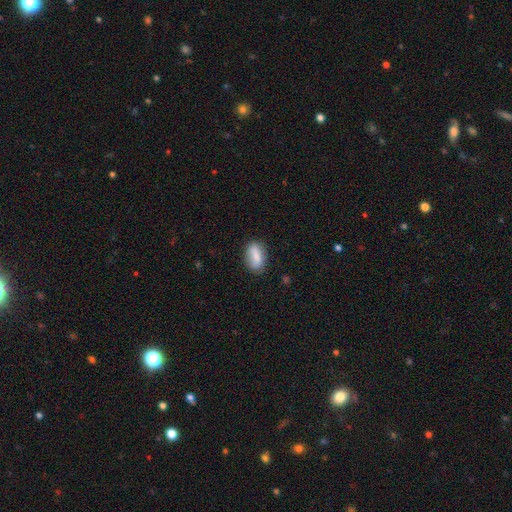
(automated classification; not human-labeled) smooth-or-featured: smooth: 80% | featured or disk: 12% | star or artifact: 7%
  how-rounded: in between: 84% | cigar-shaped: 12% | round: 5%
  merging: none: 77% | minor disturbance: 17% | major disturbance: 4% | merger: 2%